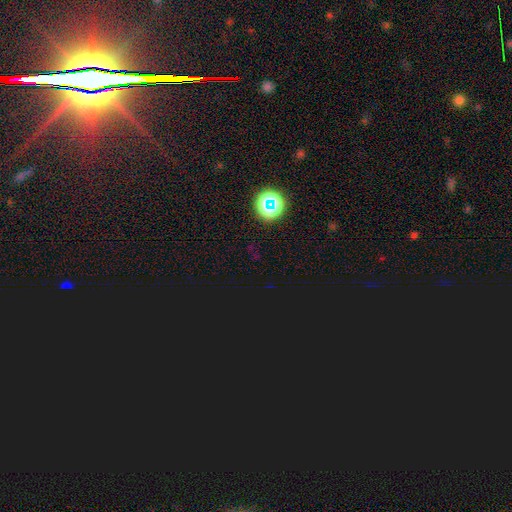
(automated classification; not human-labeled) This is likely a star or artifact rather than a galaxy (74%).